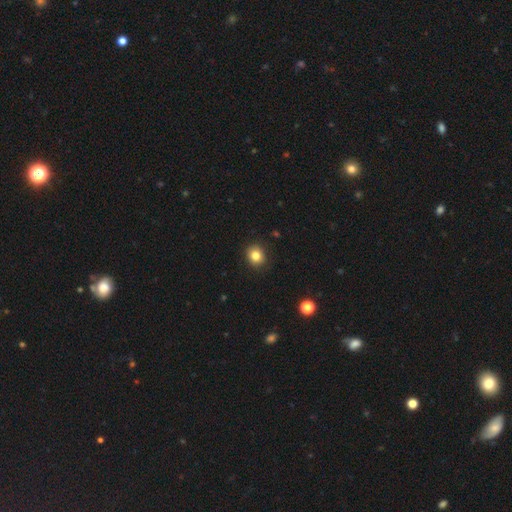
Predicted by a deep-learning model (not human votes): Q: Smooth or featured?
A: smooth (83%); runner-up: star or artifact (11%)
Q: How rounded?
A: round (82%); runner-up: in between (17%)
Q: Merging?
A: none (90%); runner-up: minor disturbance (7%)